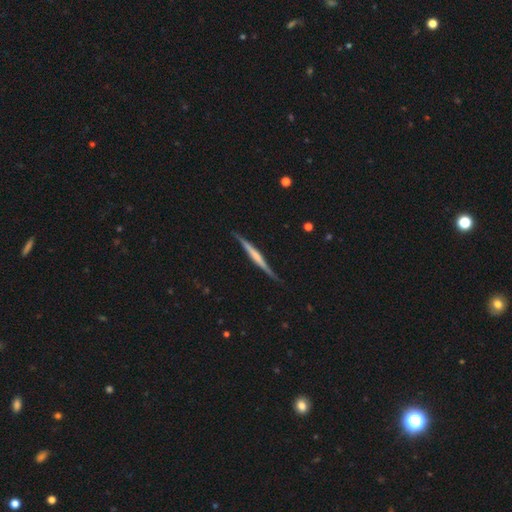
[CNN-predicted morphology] Smooth or featured?
  - featured or disk: 65% *
  - smooth: 30%
  - star or artifact: 5%
Edge-on disk?
  - yes: 97% *
  - no: 3%
Edge-on bulge?
  - none: 53% *
  - rounded: 25%
  - boxy: 22%
Merging?
  - none: 84% *
  - minor disturbance: 12%
  - major disturbance: 2%
  - merger: 1%